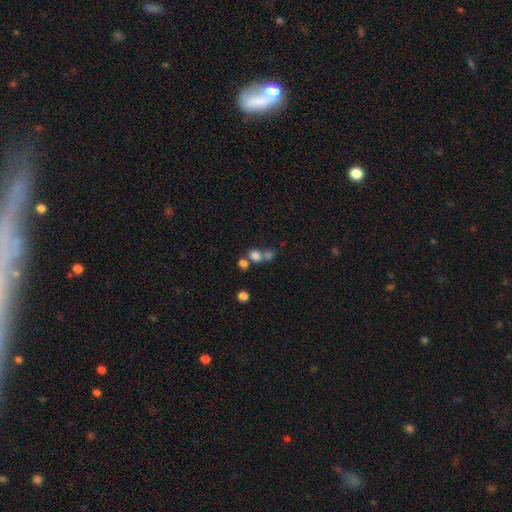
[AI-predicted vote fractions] A smooth galaxy with no disk features (76%) that is round (60%).

Vote fractions:
- Smooth or featured? smooth: 76% / star or artifact: 14% / featured or disk: 10%
- How rounded? round: 60% / in between: 39% / cigar-shaped: 1%
- Merging? merger: 47% / none: 39% / minor disturbance: 8% / major disturbance: 6%